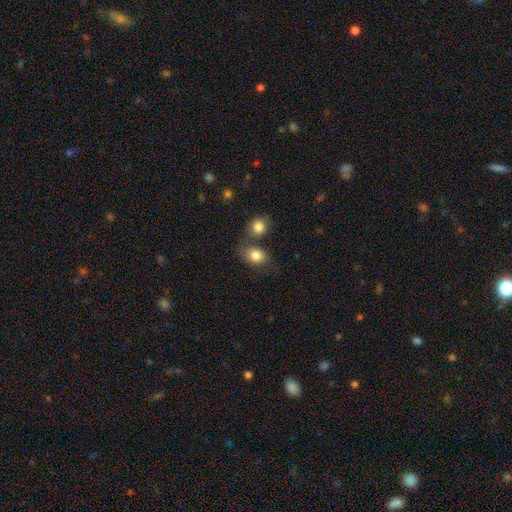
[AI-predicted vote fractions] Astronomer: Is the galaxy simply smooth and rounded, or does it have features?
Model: smooth — 81%.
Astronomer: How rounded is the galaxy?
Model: round — 55% (runner-up: in between, 44%).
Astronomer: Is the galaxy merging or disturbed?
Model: merger — 41% (runner-up: none, 40%).